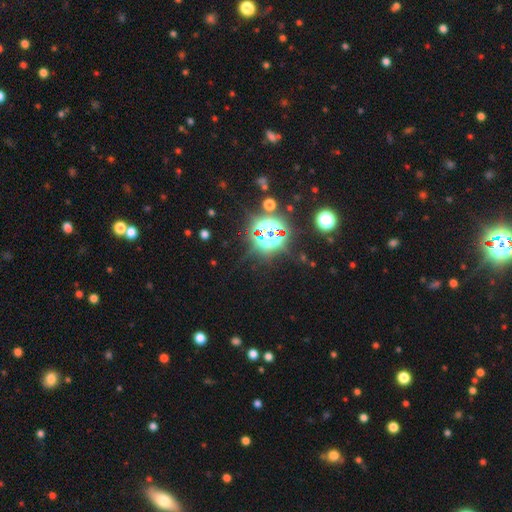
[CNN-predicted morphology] Smooth or featured: star or artifact — 80% (smooth — 13%)